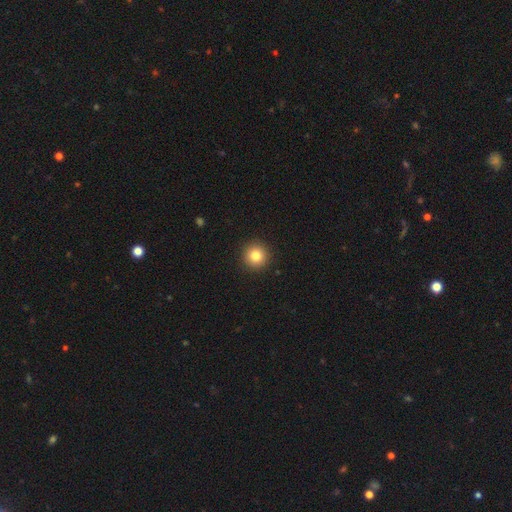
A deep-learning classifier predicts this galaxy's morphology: Smooth or featured: smooth — 82% (star or artifact — 11%)
How rounded: round — 95% (in between — 4%)
Merging: none — 93% (minor disturbance — 5%)